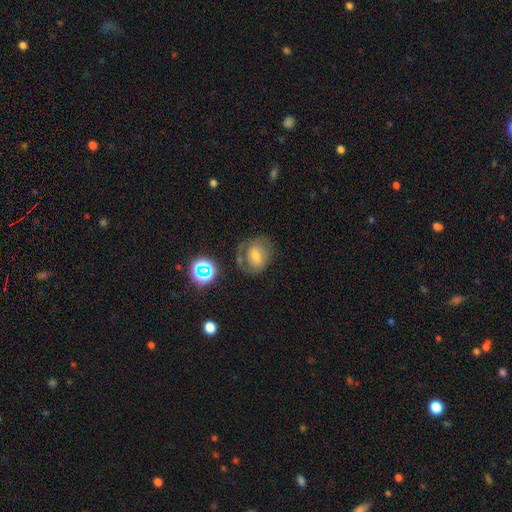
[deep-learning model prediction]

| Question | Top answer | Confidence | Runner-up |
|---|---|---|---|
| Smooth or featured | featured or disk | 51% | smooth (34%) |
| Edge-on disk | no | 96% | yes (4%) |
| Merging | none | 64% | minor disturbance (19%) |